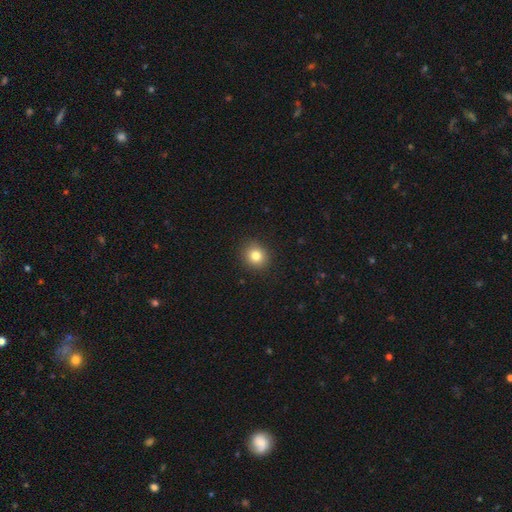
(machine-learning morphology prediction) Overall: smooth (81%). How rounded: round (84%). Merging: none (91%).